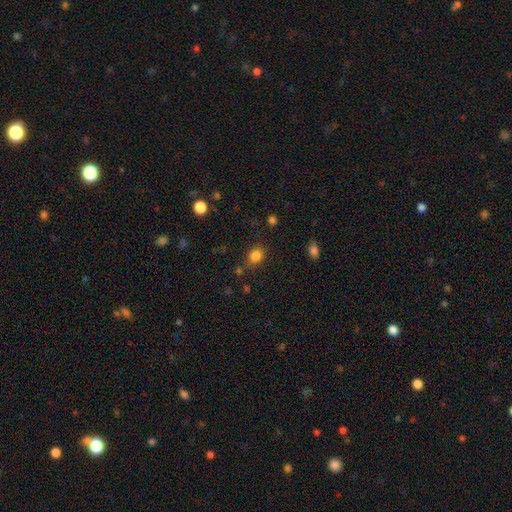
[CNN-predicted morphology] Smooth or featured? smooth (83%)
How rounded? round (54%)
Merging? none (75%)